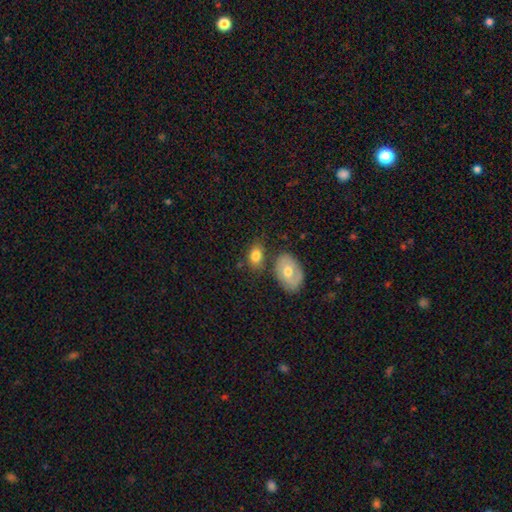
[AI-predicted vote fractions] Smooth or featured?
  - smooth: 77% *
  - featured or disk: 15%
  - star or artifact: 8%
How rounded?
  - in between: 80% *
  - round: 18%
  - cigar-shaped: 2%
Merging?
  - none: 63% *
  - merger: 17%
  - minor disturbance: 16%
  - major disturbance: 4%